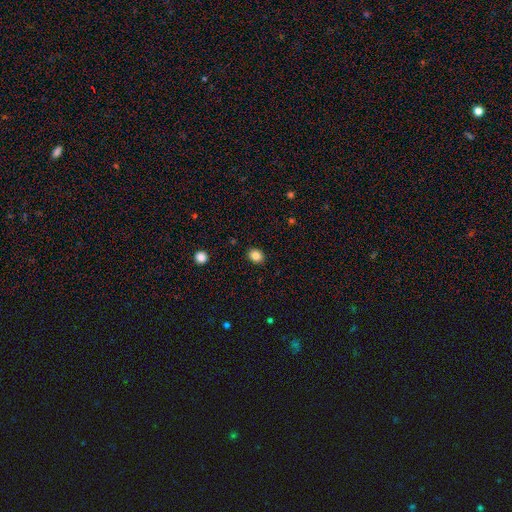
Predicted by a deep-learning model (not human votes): The model was most divided on "how rounded": round: 53%, in between: 46%, cigar-shaped: 1%. More confident: merging — none (90%); smooth or featured — smooth (85%).